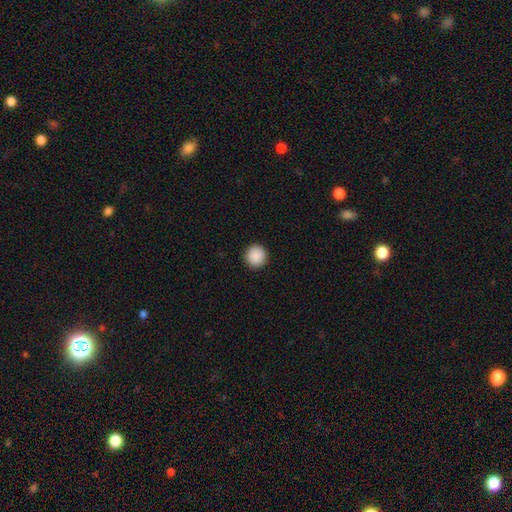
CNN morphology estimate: smooth-or-featured: smooth: 90% | star or artifact: 8% | featured or disk: 2%
  how-rounded: round: 95% | in between: 4% | cigar-shaped: 1%
  merging: none: 93% | minor disturbance: 5% | major disturbance: 2% | merger: 1%